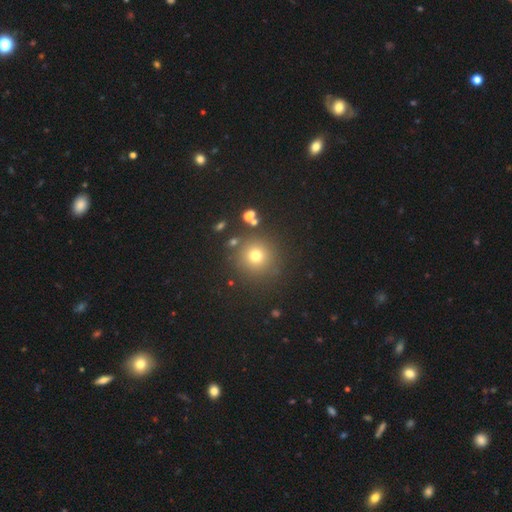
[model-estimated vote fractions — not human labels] This appears to be a smooth galaxy with no disk features (73%) that is round (94%). Merging: none (85%).